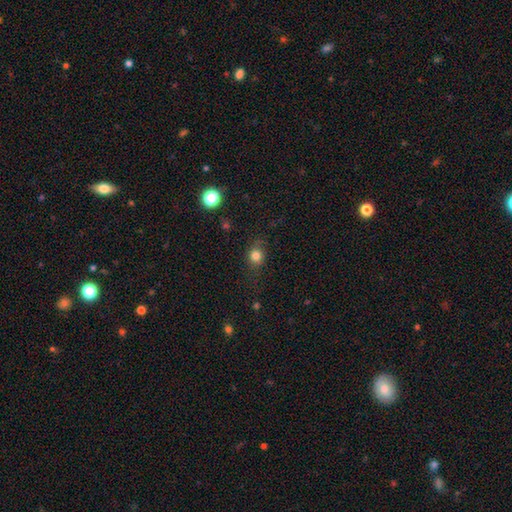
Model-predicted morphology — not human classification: Overall: smooth (80%). How rounded: round (75%). Merging: none (71%).